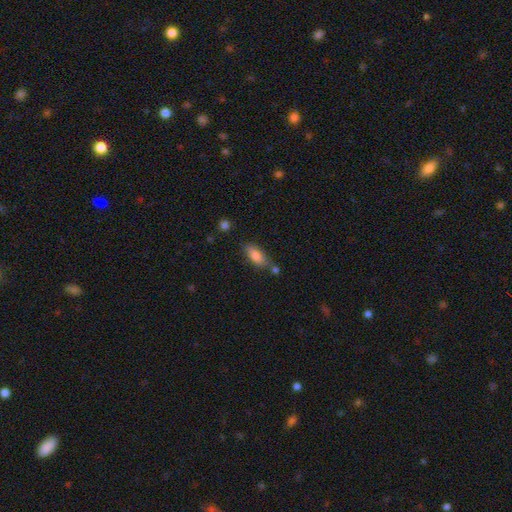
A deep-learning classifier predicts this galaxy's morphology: Q: Smooth or featured?
A: smooth (80%); runner-up: featured or disk (13%)
Q: How rounded?
A: in between (76%); runner-up: cigar-shaped (21%)
Q: Merging?
A: none (64%); runner-up: minor disturbance (18%)